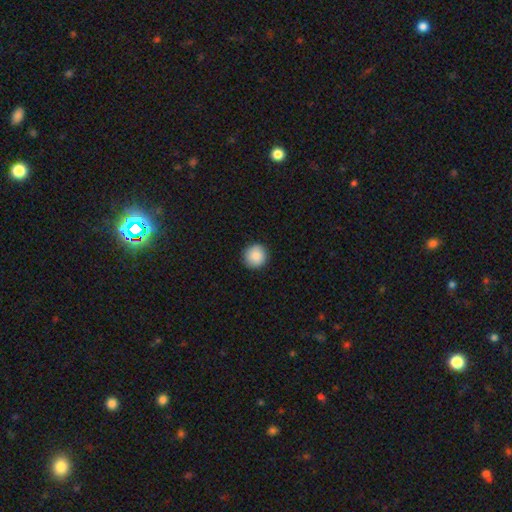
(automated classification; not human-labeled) This is clearly a smooth galaxy (88%). How rounded: clearly round (95%). Merging: clearly none (92%).